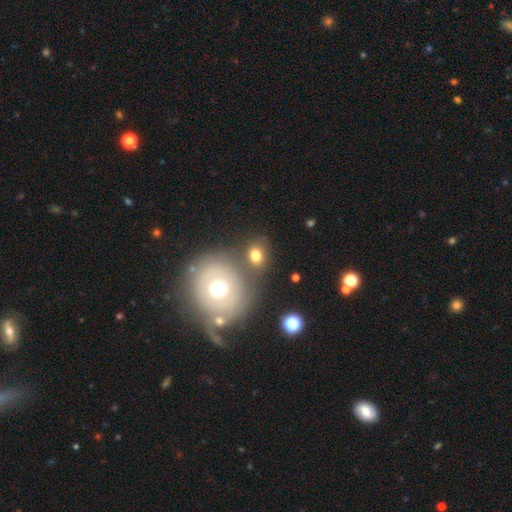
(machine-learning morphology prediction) Smooth or featured: smooth — 73% (star or artifact — 14%)
How rounded: round — 61% (in between — 38%)
Merging: none — 66% (merger — 18%)